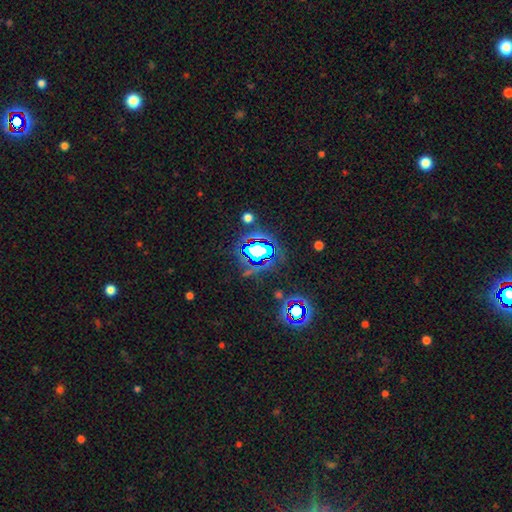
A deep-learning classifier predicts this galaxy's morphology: smooth_or_featured: star or artifact (p=0.82) [alt: smooth p=0.11]